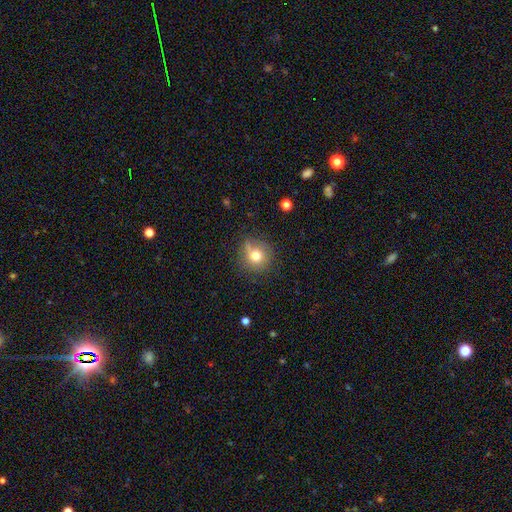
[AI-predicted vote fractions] Morphology: type=smooth (75%); roundness=round (90%); merging=none (72%).